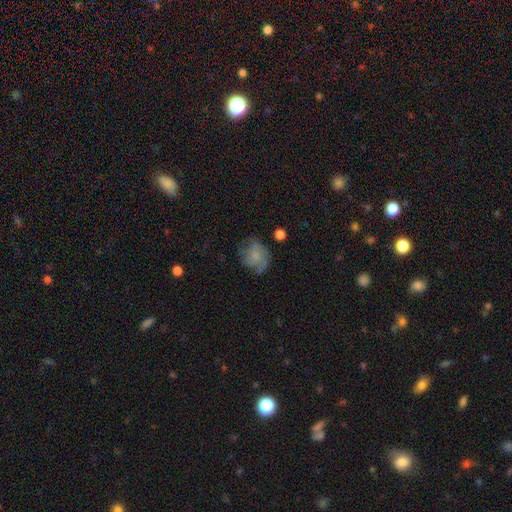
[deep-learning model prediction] Overall: smooth (51%; featured or disk 39%). How rounded: round (61%; in between 38%). Merging: none (51%; minor disturbance 27%).